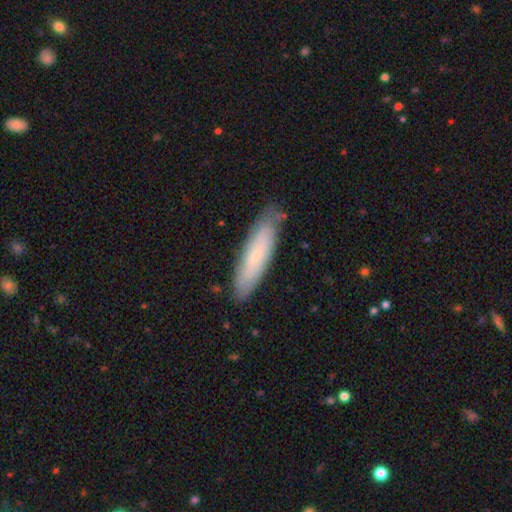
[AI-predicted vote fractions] smooth_or_featured: smooth (p=0.58) [alt: featured or disk p=0.36]
how_rounded: cigar-shaped (p=0.72) [alt: in between p=0.27]
merging: none (p=0.80) [alt: minor disturbance p=0.16]